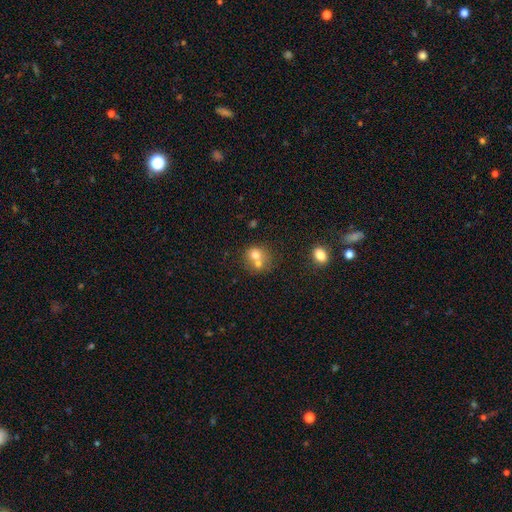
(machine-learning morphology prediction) smooth_or_featured: smooth (p=0.69) [alt: featured or disk p=0.19]
how_rounded: round (p=0.75) [alt: in between p=0.24]
merging: merger (p=0.55) [alt: none p=0.34]